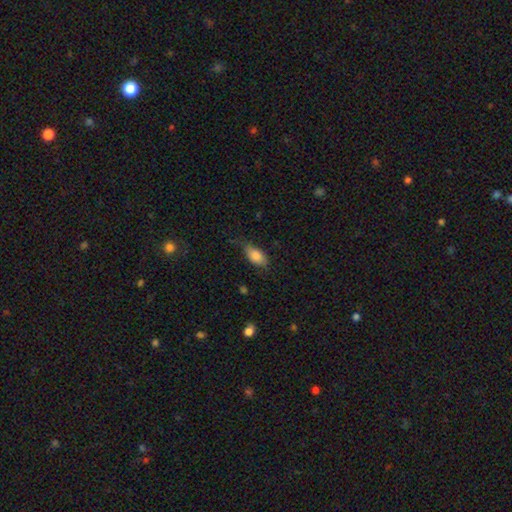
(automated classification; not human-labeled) Q: Smooth or featured?
A: smooth (81%); runner-up: featured or disk (12%)
Q: How rounded?
A: in between (88%); runner-up: cigar-shaped (7%)
Q: Merging?
A: none (60%); runner-up: minor disturbance (30%)